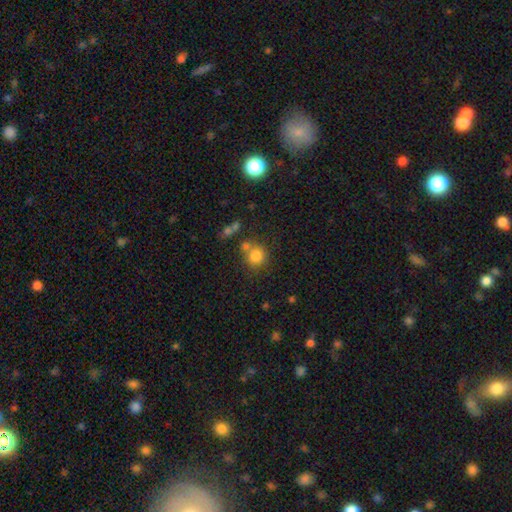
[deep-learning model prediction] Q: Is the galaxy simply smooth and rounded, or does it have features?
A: smooth — 80%.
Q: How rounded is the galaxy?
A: round — 87%.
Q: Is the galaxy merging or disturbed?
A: none — 62%.